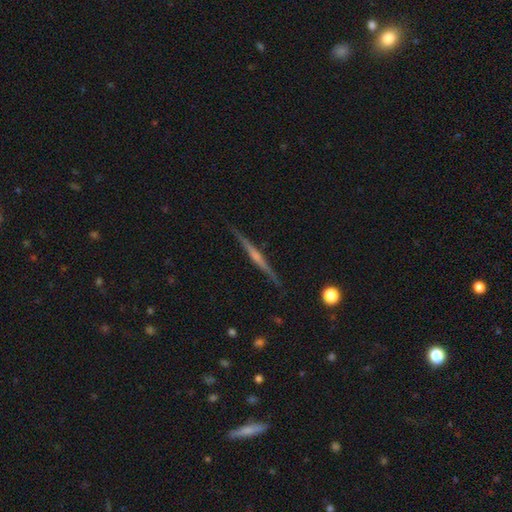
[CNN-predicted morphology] type=featured or disk (77%); edge-on=yes (98%); edge-on bulge=rounded (56%); merging=none (90%).